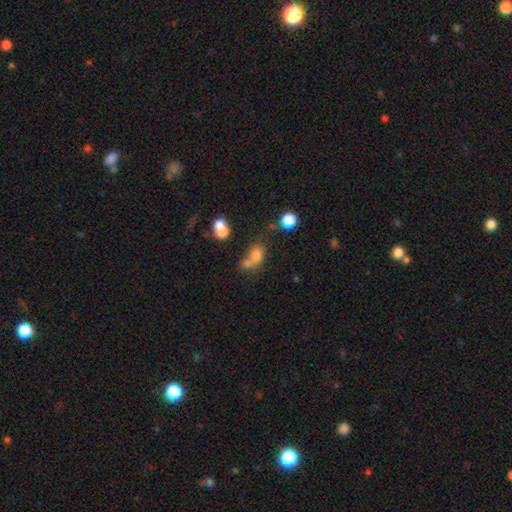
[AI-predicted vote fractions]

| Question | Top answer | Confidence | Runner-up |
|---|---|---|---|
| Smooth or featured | smooth | 71% | star or artifact (15%) |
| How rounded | in between | 53% | round (45%) |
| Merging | merger | 49% | none (32%) |